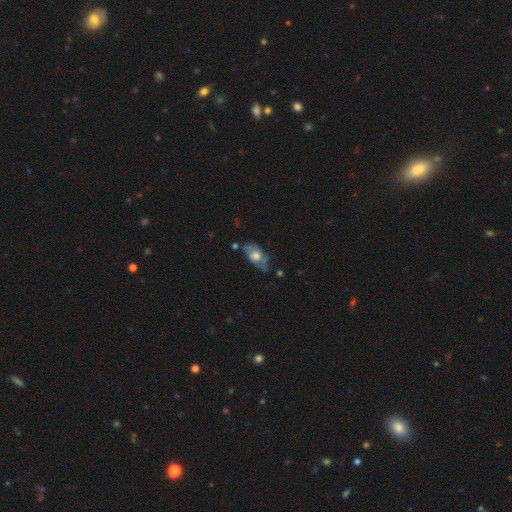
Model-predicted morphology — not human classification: This appears to be a smooth galaxy with no disk features (49%). Merging: none (52%).